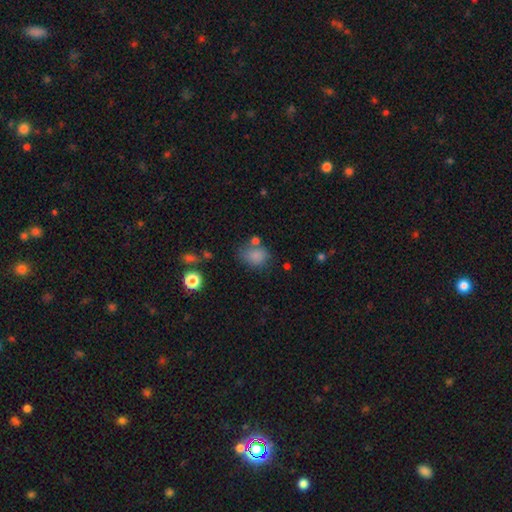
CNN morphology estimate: A smooth galaxy with no disk features (80%) that is in between round and cigar-shaped (51%).

Vote fractions:
- Smooth or featured? smooth: 80% / star or artifact: 12% / featured or disk: 8%
- How rounded? in between: 51% / round: 48% / cigar-shaped: 1%
- Merging? none: 55% / minor disturbance: 23% / merger: 12% / major disturbance: 10%